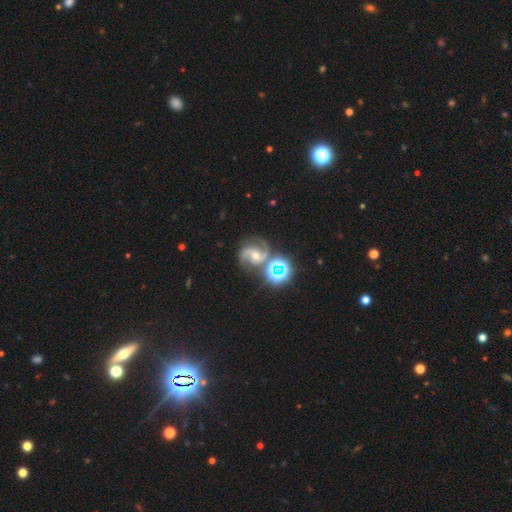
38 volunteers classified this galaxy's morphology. smooth_or_featured: featured or disk (p=0.87) [alt: star or artifact p=0.11]
disk_edge_on: no (p=0.91) [alt: yes p=0.09]
bar: no (p=0.60) [alt: weak p=0.27]
has_spiral_arms: yes (p=1.00)
spiral_winding: medium (p=0.60) [alt: tight p=0.20]
spiral_arm_count: 2 (p=1.00)
bulge_size: moderate (p=0.73) [alt: large p=0.10]
merging: none (p=0.59) [alt: minor disturbance p=0.24]